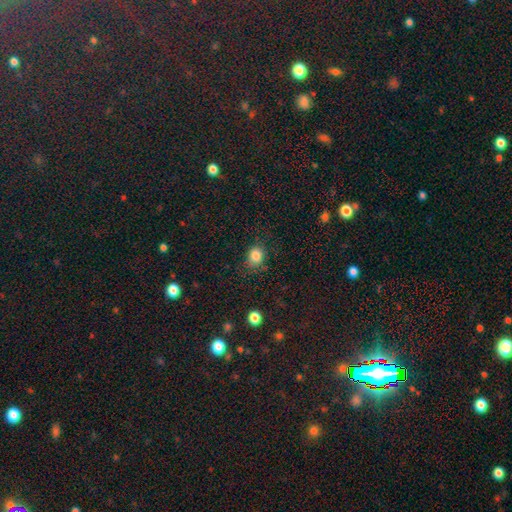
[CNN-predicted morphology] The model was most divided on "how rounded": round: 61%, in between: 38%, cigar-shaped: 1%. More confident: smooth or featured — smooth (83%); merging — none (78%).